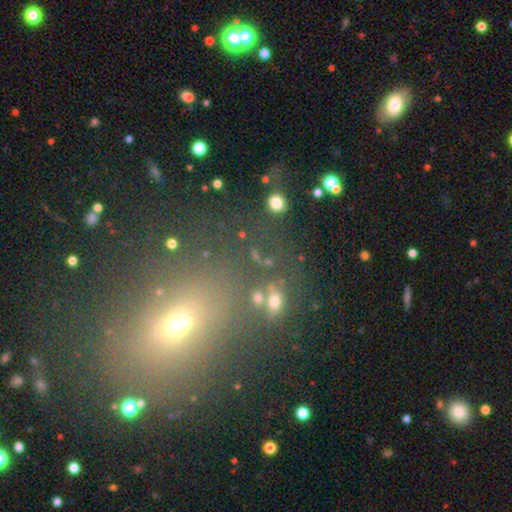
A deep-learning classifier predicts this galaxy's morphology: A smooth galaxy with no disk features (51%) that is round (54%).

Vote fractions:
- Smooth or featured? smooth: 51% / star or artifact: 33% / featured or disk: 16%
- How rounded? round: 54% / in between: 41% / cigar-shaped: 5%
- Merging? none: 55% / merger: 22% / minor disturbance: 12% / major disturbance: 11%